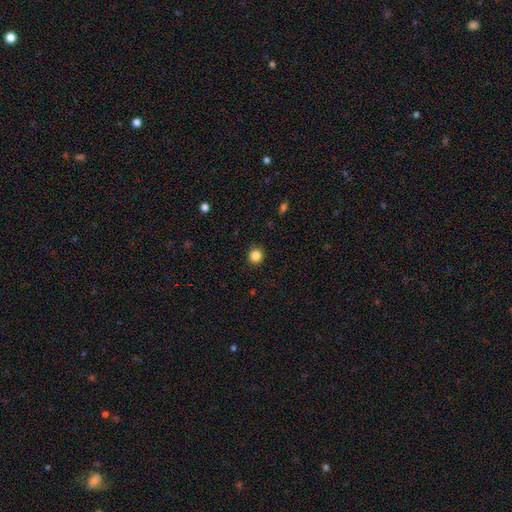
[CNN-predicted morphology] Smooth or featured?
  - smooth: 85% *
  - star or artifact: 11%
  - featured or disk: 4%
How rounded?
  - round: 91% *
  - in between: 8%
  - cigar-shaped: 1%
Merging?
  - none: 91% *
  - minor disturbance: 6%
  - major disturbance: 2%
  - merger: 1%